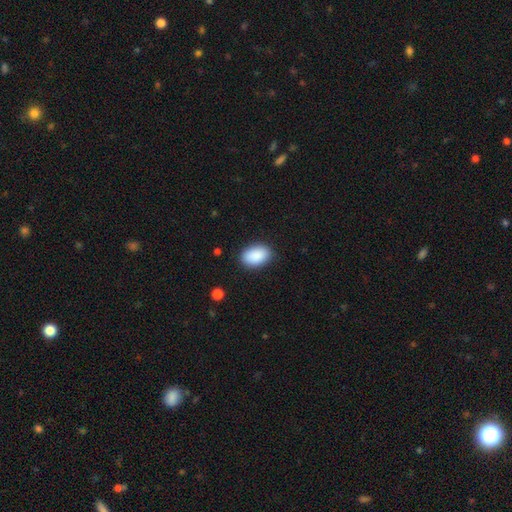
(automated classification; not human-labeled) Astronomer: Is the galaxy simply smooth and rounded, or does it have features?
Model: smooth — 90%.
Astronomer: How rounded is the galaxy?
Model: in between — 90%.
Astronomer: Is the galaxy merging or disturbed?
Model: none — 86%.